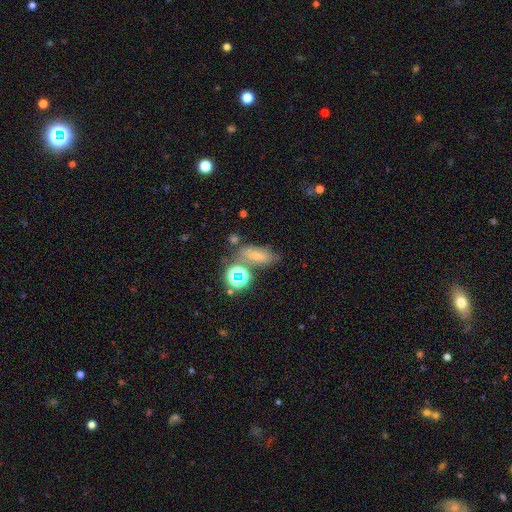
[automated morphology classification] Smooth or featured? smooth (56%)
How rounded? in between (71%)
Merging? none (60%)